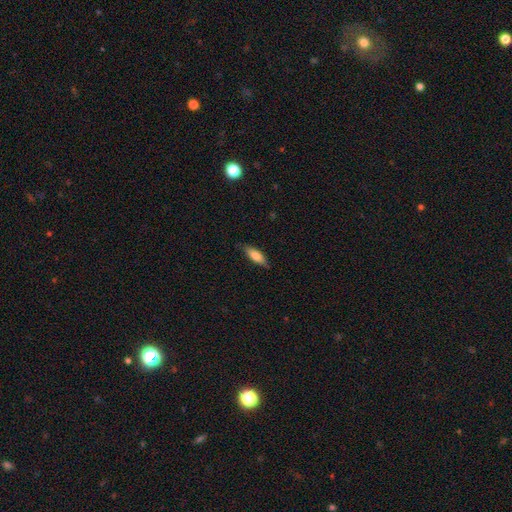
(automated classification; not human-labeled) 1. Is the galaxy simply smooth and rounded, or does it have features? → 73% smooth, 21% featured or disk, 6% star or artifact.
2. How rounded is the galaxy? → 54% in between, 44% cigar-shaped, 2% round.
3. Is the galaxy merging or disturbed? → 83% none, 14% minor disturbance, 2% major disturbance, 1% merger.